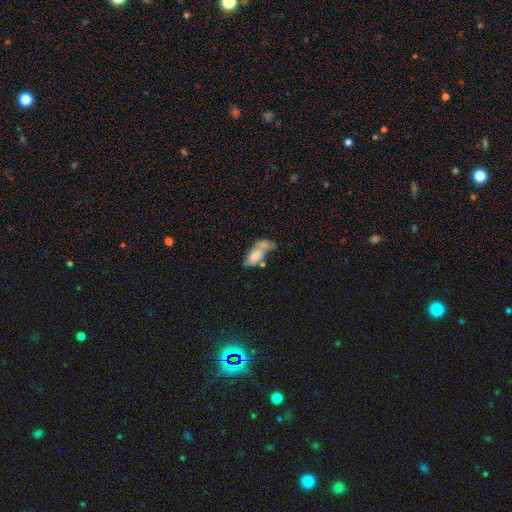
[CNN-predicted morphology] A smooth galaxy with no disk features (59%) that is in between round and cigar-shaped (84%).

Vote fractions:
- Smooth or featured? smooth: 59% / featured or disk: 33% / star or artifact: 8%
- How rounded? in between: 84% / cigar-shaped: 13% / round: 3%
- Merging? merger: 31% / none: 24% / minor disturbance: 23% / major disturbance: 22%